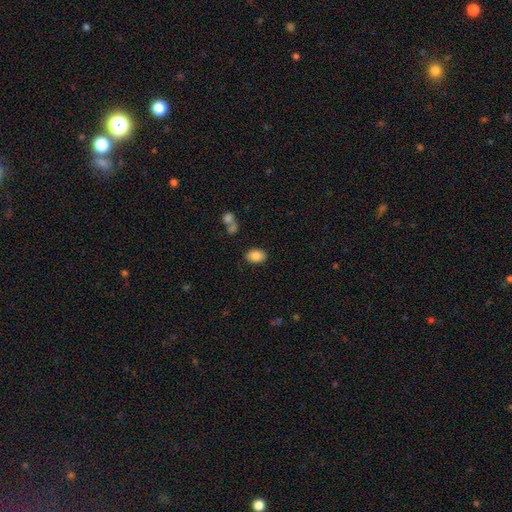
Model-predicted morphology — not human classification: smooth_or_featured: smooth (p=0.86) [alt: star or artifact p=0.08]
how_rounded: in between (p=0.86) [alt: round p=0.13]
merging: none (p=0.84) [alt: minor disturbance p=0.10]